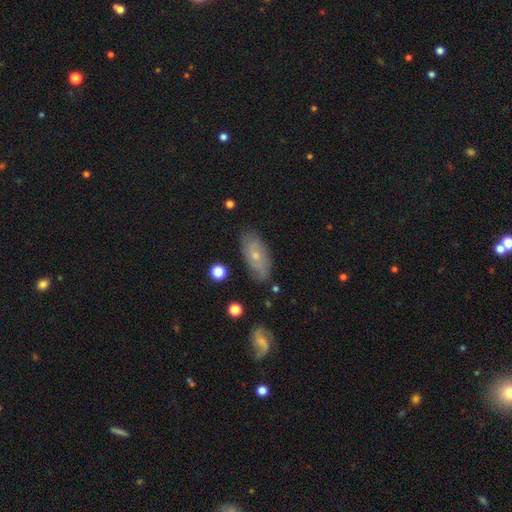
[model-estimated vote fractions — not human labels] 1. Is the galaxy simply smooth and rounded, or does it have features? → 52% featured or disk, 39% smooth, 8% star or artifact.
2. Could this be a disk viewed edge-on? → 88% no, 12% yes.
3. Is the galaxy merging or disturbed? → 75% none, 18% minor disturbance, 4% major disturbance, 2% merger.